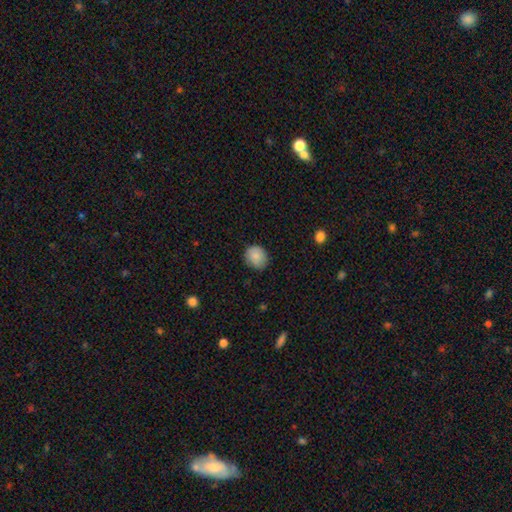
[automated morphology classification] type=smooth (87%); roundness=round (73%); merging=none (80%).